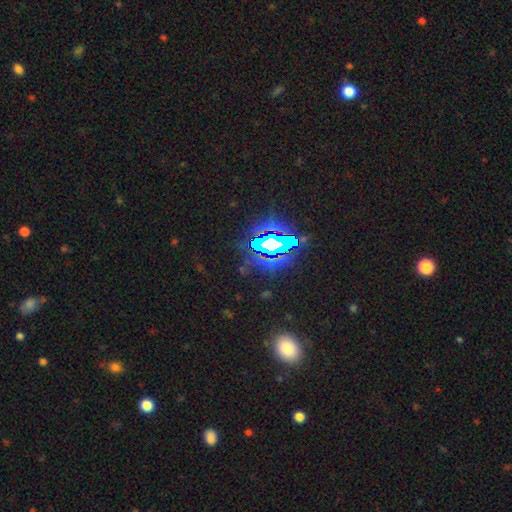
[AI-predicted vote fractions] A star or artifact, not a galaxy (78%).